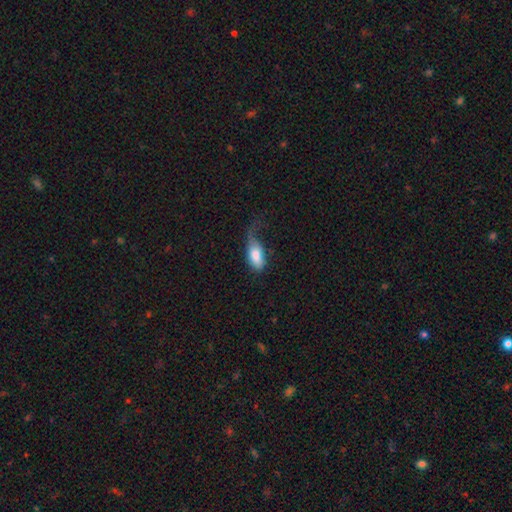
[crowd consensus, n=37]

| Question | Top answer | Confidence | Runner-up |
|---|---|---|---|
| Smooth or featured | smooth | 76% | featured or disk (19%) |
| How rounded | in between | 89% | cigar-shaped (11%) |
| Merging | minor disturbance | 49% | major disturbance (37%) |